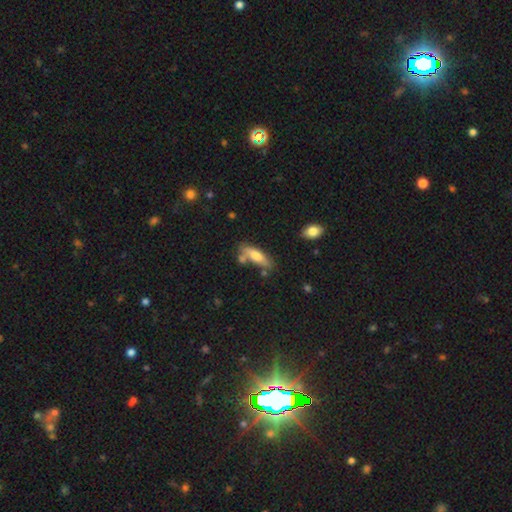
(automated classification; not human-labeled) A smooth galaxy with no disk features (66%) that is cigar-shaped (55%).

Vote fractions:
- Smooth or featured? smooth: 66% / featured or disk: 27% / star or artifact: 7%
- How rounded? cigar-shaped: 55% / in between: 43% / round: 2%
- Merging? none: 62% / minor disturbance: 18% / merger: 14% / major disturbance: 5%